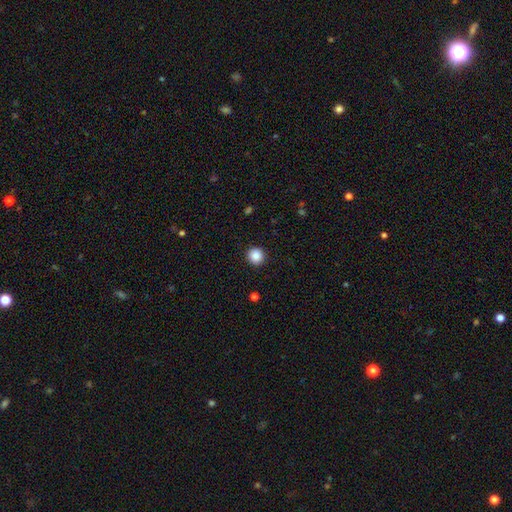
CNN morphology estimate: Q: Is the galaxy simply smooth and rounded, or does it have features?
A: smooth — 87%.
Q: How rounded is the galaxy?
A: round — 94%.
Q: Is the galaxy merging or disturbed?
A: none — 93%.